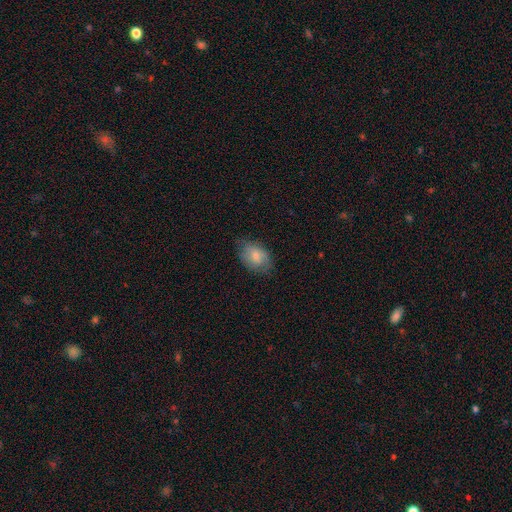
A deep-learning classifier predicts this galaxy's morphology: Q: Smooth or featured?
A: smooth (72%); runner-up: featured or disk (21%)
Q: How rounded?
A: in between (81%); runner-up: round (17%)
Q: Merging?
A: none (69%); runner-up: minor disturbance (24%)